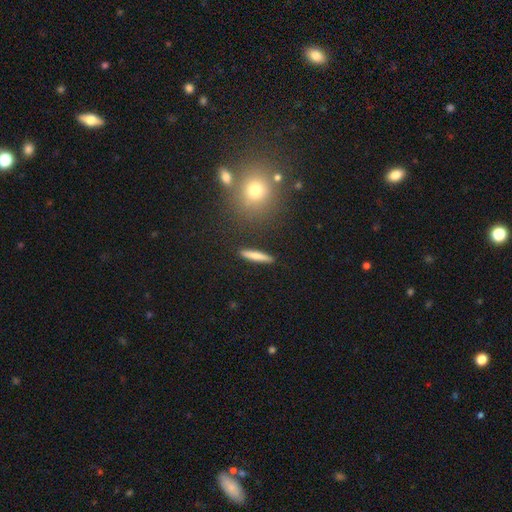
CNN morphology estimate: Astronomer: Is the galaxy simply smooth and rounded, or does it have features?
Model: smooth — 74%.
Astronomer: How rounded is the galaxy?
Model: cigar-shaped — 90%.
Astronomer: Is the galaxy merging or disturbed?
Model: none — 89%.